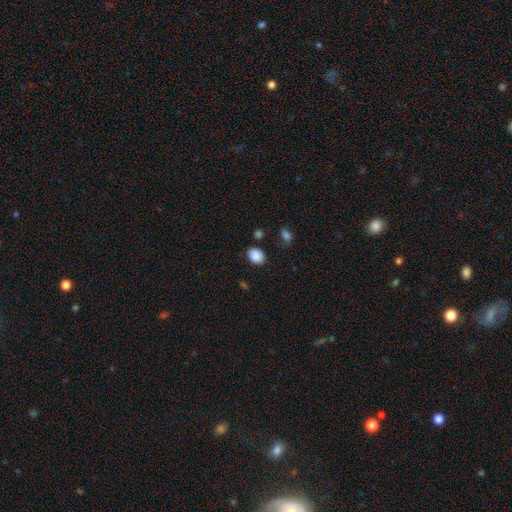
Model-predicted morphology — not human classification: A smooth galaxy with no disk features (88%) that is in between round and cigar-shaped (58%).

Vote fractions:
- Smooth or featured? smooth: 88% / star or artifact: 9% / featured or disk: 4%
- How rounded? in between: 58% / round: 42% / cigar-shaped: 1%
- Merging? none: 81% / minor disturbance: 13% / major disturbance: 3% / merger: 3%